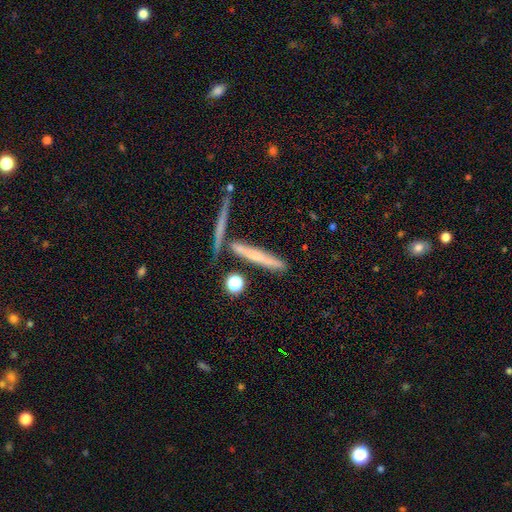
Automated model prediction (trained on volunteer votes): A smooth galaxy with no disk features (46%).

Vote fractions:
- Smooth or featured? smooth: 46% / featured or disk: 43% / star or artifact: 11%
- Merging? none: 65% / merger: 16% / minor disturbance: 13% / major disturbance: 6%